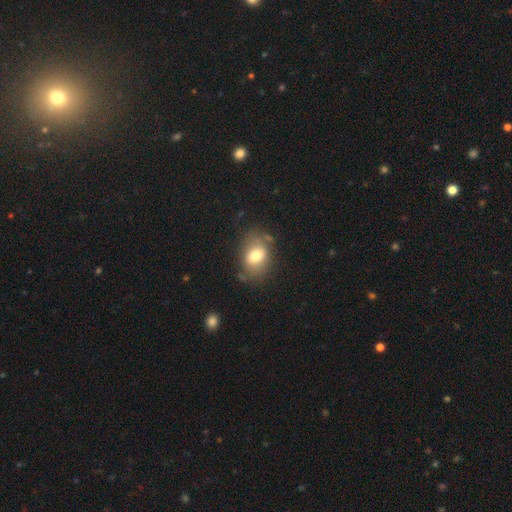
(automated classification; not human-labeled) Q: Smooth or featured?
A: smooth (73%); runner-up: featured or disk (18%)
Q: How rounded?
A: in between (71%); runner-up: round (28%)
Q: Merging?
A: none (69%); runner-up: minor disturbance (20%)